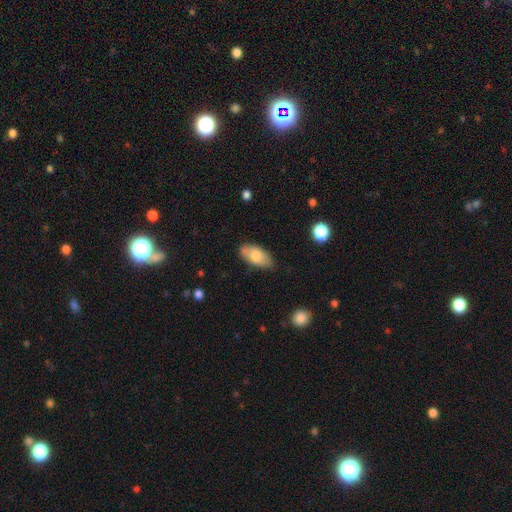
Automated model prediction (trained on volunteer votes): Smooth or featured: smooth — 76% (featured or disk — 18%)
How rounded: in between — 93% (cigar-shaped — 5%)
Merging: none — 74% (minor disturbance — 20%)